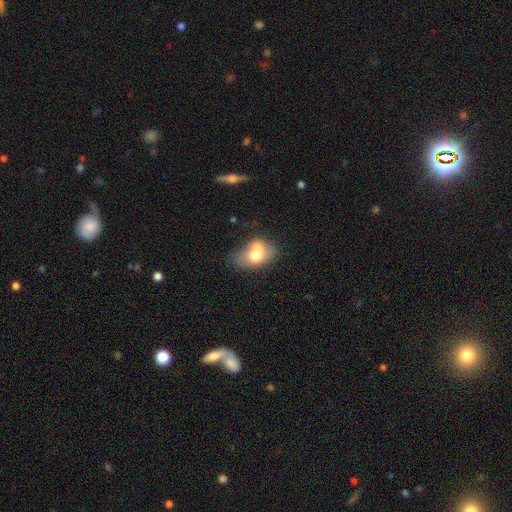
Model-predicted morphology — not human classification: This appears to be a smooth galaxy with no disk features (63%) that is in between round and cigar-shaped (80%). Merging: merger (38%).